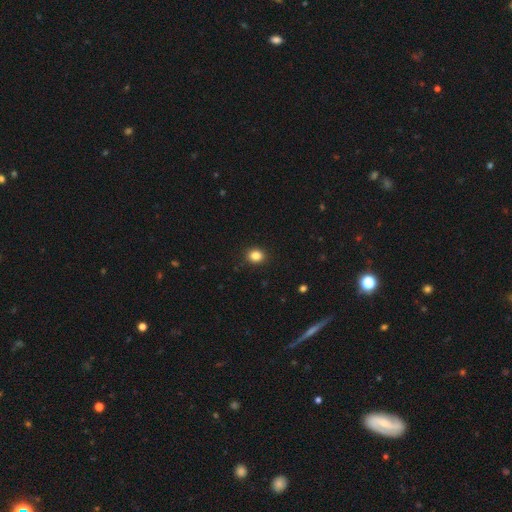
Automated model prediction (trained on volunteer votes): This is clearly a smooth galaxy (84%). How rounded: likely round (72%). Merging: clearly none (91%).